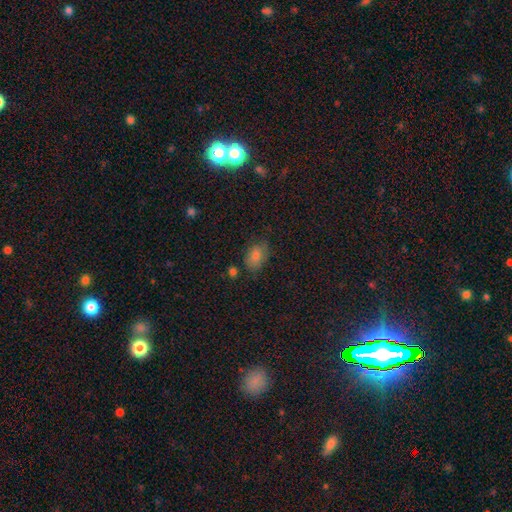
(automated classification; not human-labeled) smooth 72%, star or artifact 20%, featured or disk 8%. Down the decision tree: how rounded — in between (80%); merging — none (72%).